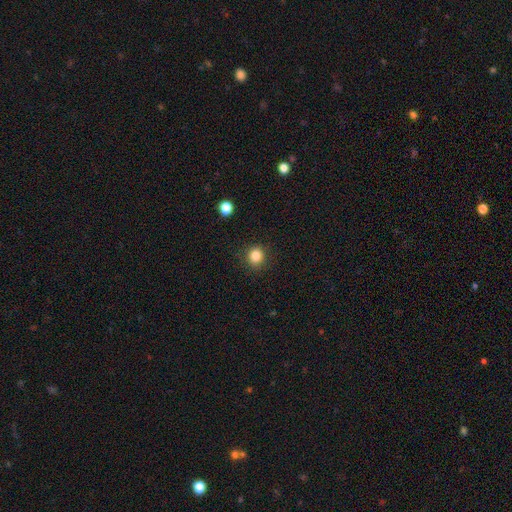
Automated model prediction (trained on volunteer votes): A smooth galaxy with no disk features (85%) that is round (88%).

Vote fractions:
- Smooth or featured? smooth: 85% / star or artifact: 11% / featured or disk: 4%
- How rounded? round: 88% / in between: 11% / cigar-shaped: 1%
- Merging? none: 89% / minor disturbance: 7% / major disturbance: 3% / merger: 1%